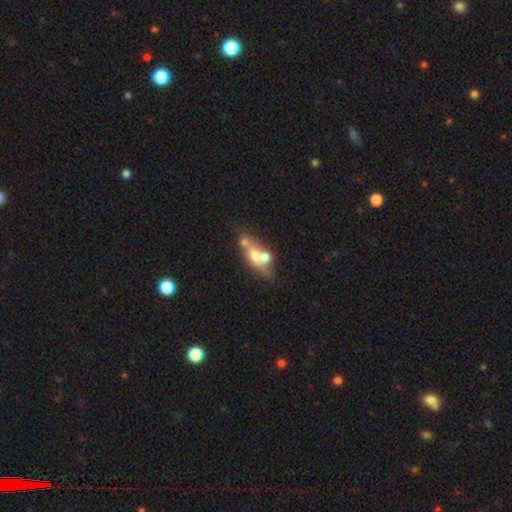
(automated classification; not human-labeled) Q: Smooth or featured?
A: smooth (50%); runner-up: featured or disk (40%)
Q: How rounded?
A: in between (63%); runner-up: cigar-shaped (20%)
Q: Merging?
A: merger (47%); runner-up: none (34%)